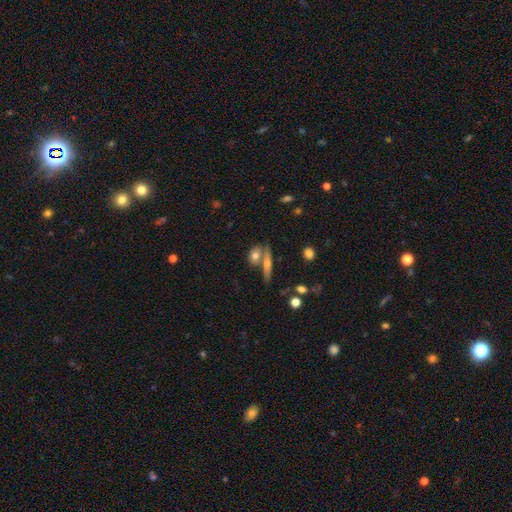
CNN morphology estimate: smooth 65%, featured or disk 26%, star or artifact 9%. Down the decision tree: how rounded — in between (61%); merging — none (46%).